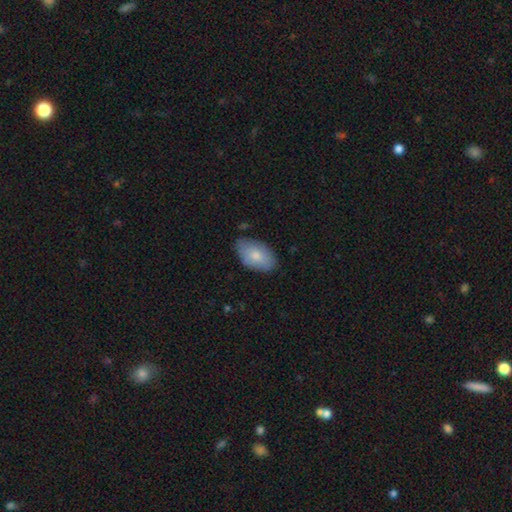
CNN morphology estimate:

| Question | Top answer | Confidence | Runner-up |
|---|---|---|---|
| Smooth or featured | smooth | 77% | featured or disk (17%) |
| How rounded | in between | 94% | round (5%) |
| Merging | none | 74% | minor disturbance (21%) |